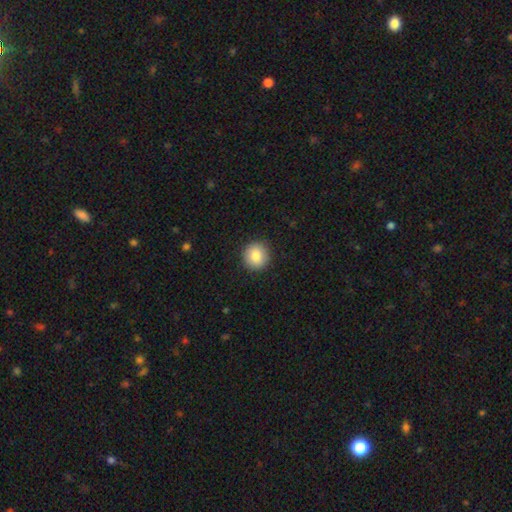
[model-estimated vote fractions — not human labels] A smooth galaxy with no disk features (85%) that is round (93%). Merging: none (92%).